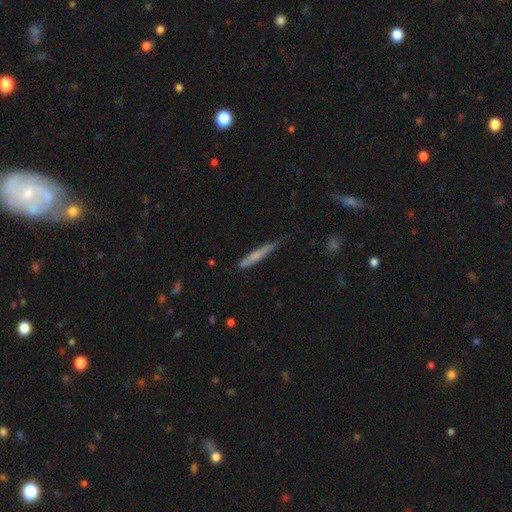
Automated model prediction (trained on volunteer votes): Smooth or featured? smooth (67%)
How rounded? cigar-shaped (95%)
Merging? none (66%)